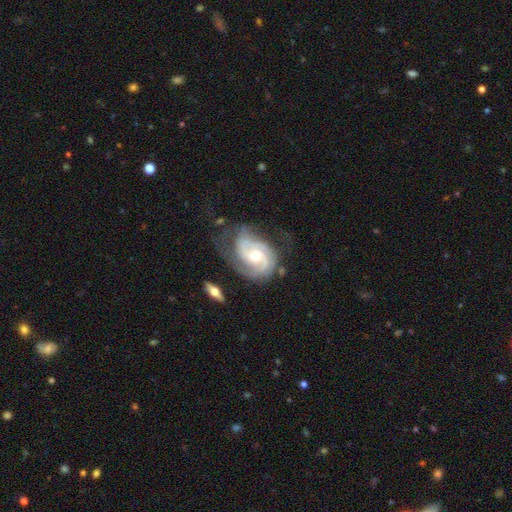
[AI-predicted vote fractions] Overall: featured or disk (87%). Edge-on disk: no (97%). Bar: no (63%; weak 30%). Spiral arms: yes (96%). Spiral arm count: 2 (41%; 3 27%). Spiral winding: tight (52%; medium 37%). Bulge size: moderate (52%; small 43%). Merging: none (50%; minor disturbance 25%).